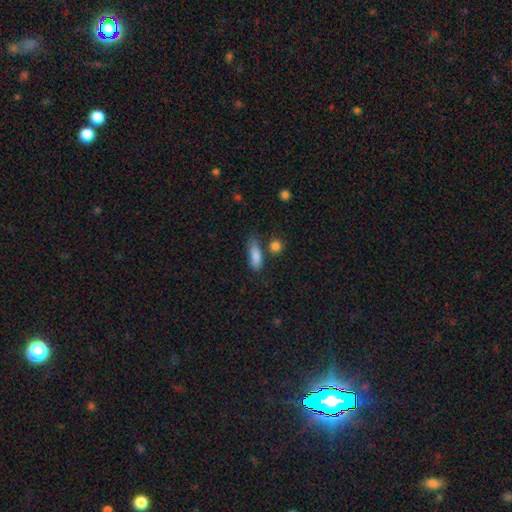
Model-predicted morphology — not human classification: This is clearly a smooth galaxy (84%). How rounded: likely in between (62%). Merging: possibly none (56%).